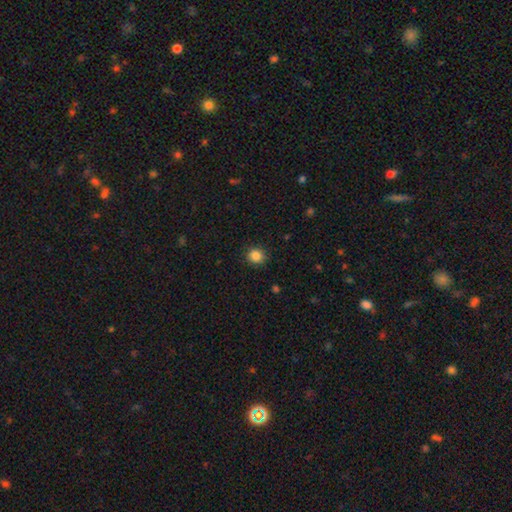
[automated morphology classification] This is clearly a smooth galaxy (85%). How rounded: clearly round (89%). Merging: clearly none (90%).